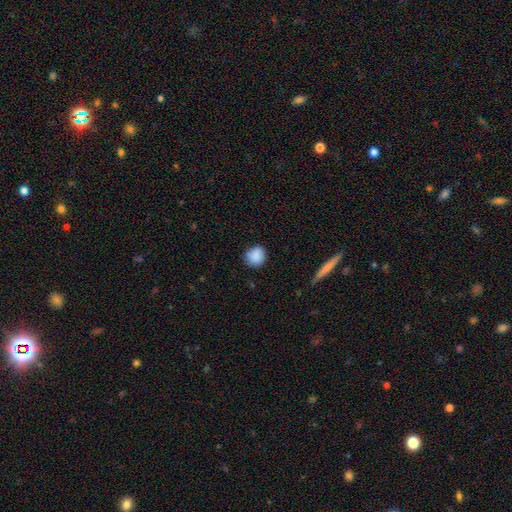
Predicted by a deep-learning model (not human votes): smooth 88%, star or artifact 8%, featured or disk 4%. Down the decision tree: how rounded — round (84%); merging — none (80%).